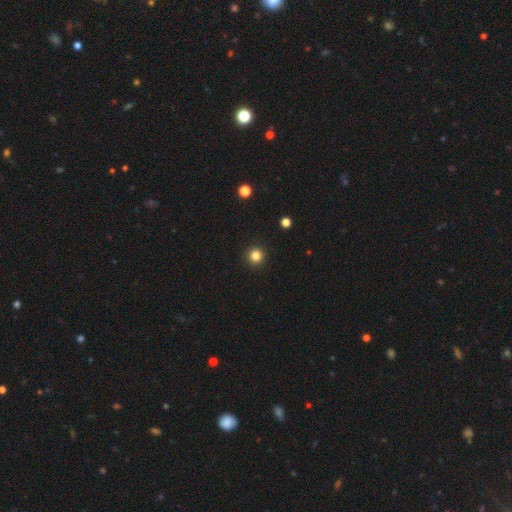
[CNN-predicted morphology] A smooth galaxy with no disk features (83%) that is round (96%).

Vote fractions:
- Smooth or featured? smooth: 83% / star or artifact: 13% / featured or disk: 5%
- How rounded? round: 96% / in between: 4% / cigar-shaped: 1%
- Merging? none: 93% / minor disturbance: 4% / major disturbance: 2% / merger: 1%